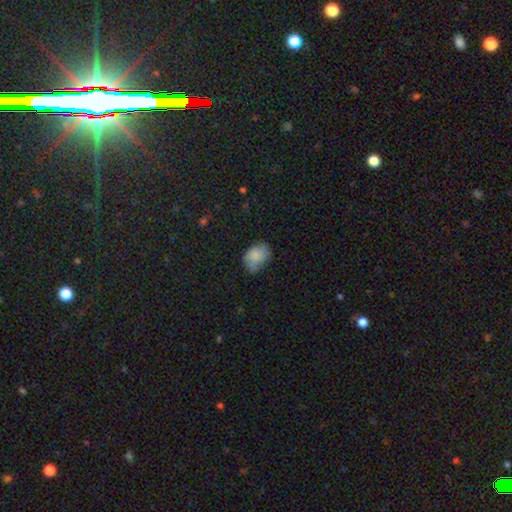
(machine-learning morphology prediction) smooth_or_featured: smooth (p=0.82) [alt: featured or disk p=0.10]
how_rounded: in between (p=0.77) [alt: round p=0.22]
merging: none (p=0.52) [alt: minor disturbance p=0.36]